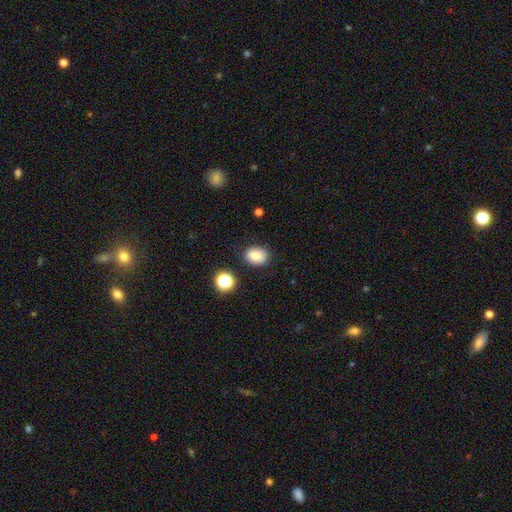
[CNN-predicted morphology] This appears to be a smooth galaxy with no disk features (80%) that is in between round and cigar-shaped (55%). Merging: none (84%).